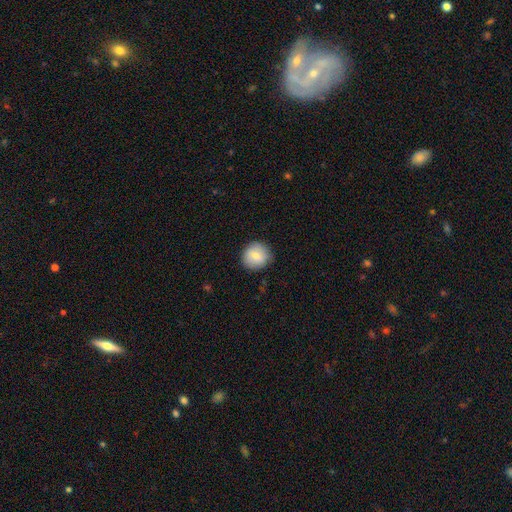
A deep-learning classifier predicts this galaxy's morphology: This is likely a smooth galaxy (77%). How rounded: clearly round (89%). Merging: clearly none (84%).